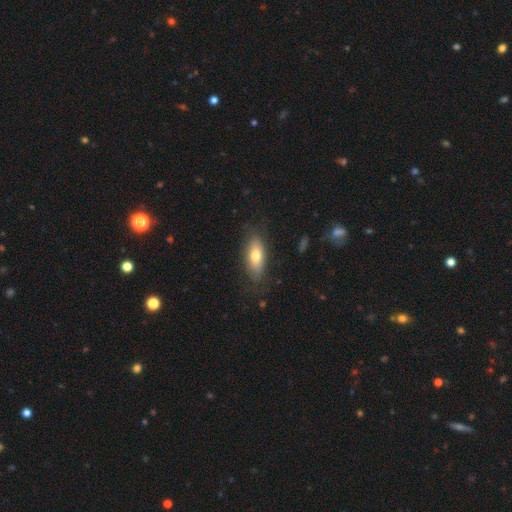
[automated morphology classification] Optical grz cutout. It shows a smooth galaxy with no disk features (71%) that is in between round and cigar-shaped (80%). Merging: none (78%).